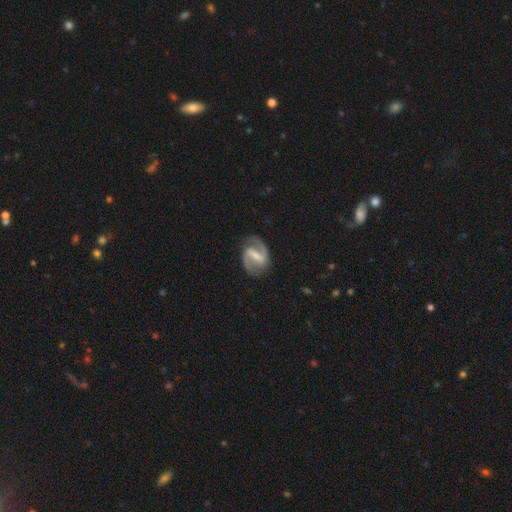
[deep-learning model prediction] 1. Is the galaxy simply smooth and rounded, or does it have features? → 87% featured or disk, 9% smooth, 5% star or artifact.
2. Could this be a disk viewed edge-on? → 97% no, 3% yes.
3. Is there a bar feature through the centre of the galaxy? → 56% strong, 35% weak, 9% no.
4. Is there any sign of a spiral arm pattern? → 94% yes, 6% no.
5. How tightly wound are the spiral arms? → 52% medium, 30% loose, 18% tight.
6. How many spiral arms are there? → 91% 2, 3% can't tell, 3% 1, 1% 3, 1% 4, 1% more than 4.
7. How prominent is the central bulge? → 49% small, 36% moderate, 11% none, 3% large, 1% dominant.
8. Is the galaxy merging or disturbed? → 80% none, 13% minor disturbance, 5% major disturbance, 1% merger.